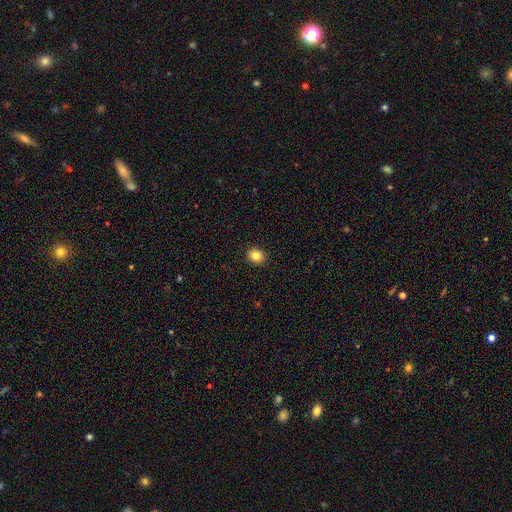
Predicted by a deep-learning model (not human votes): This is clearly a smooth galaxy (83%). How rounded: likely round (76%). Merging: clearly none (92%).